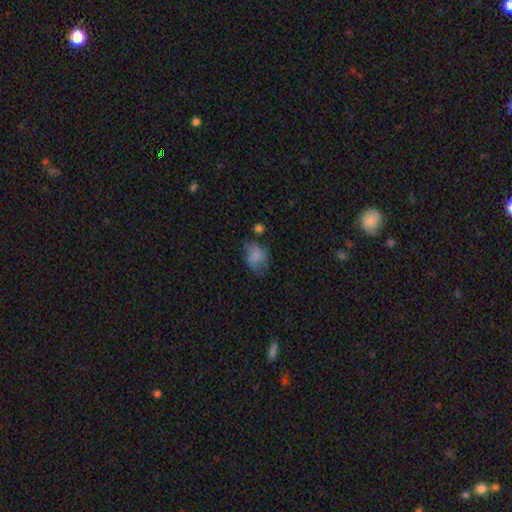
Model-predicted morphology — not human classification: smooth_or_featured: smooth (p=0.73) [alt: featured or disk p=0.16]
how_rounded: in between (p=0.67) [alt: round p=0.32]
merging: none (p=0.43) [alt: minor disturbance p=0.31]